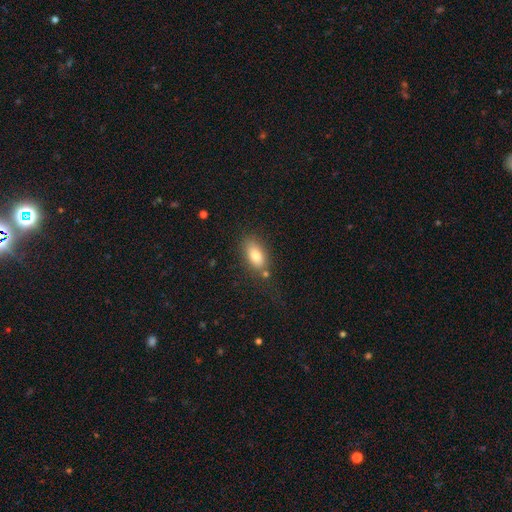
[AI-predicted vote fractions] Q: Smooth or featured?
A: smooth (80%); runner-up: featured or disk (12%)
Q: How rounded?
A: in between (89%); runner-up: round (6%)
Q: Merging?
A: none (68%); runner-up: minor disturbance (17%)